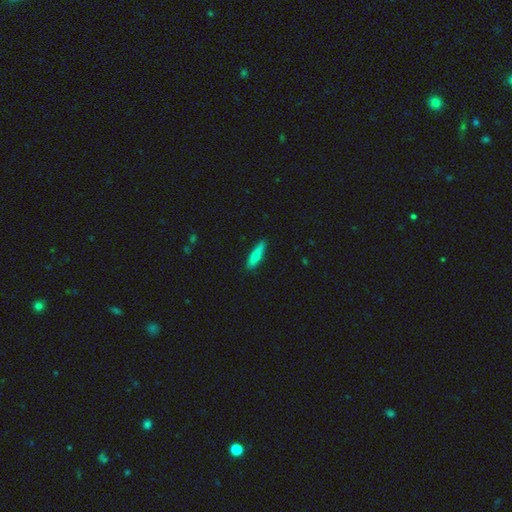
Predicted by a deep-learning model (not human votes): Smooth or featured?
  - smooth: 82% *
  - featured or disk: 12%
  - star or artifact: 7%
How rounded?
  - cigar-shaped: 78% *
  - in between: 20%
  - round: 2%
Merging?
  - none: 82% *
  - minor disturbance: 14%
  - major disturbance: 2%
  - merger: 1%